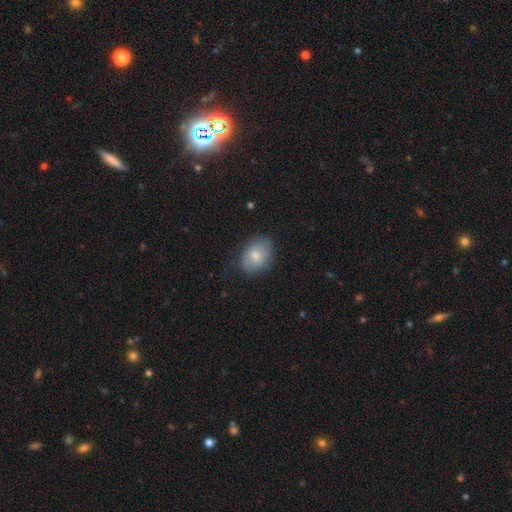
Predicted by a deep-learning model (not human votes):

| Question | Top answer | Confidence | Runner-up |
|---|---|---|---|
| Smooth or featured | smooth | 76% | featured or disk (17%) |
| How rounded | in between | 73% | round (26%) |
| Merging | none | 74% | minor disturbance (20%) |